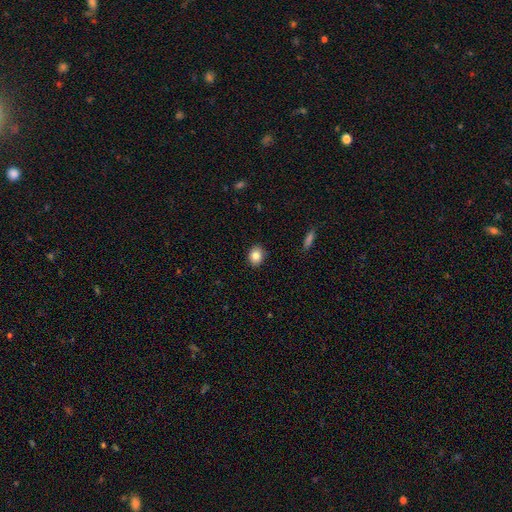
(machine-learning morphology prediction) Smooth or featured? Predicted: smooth (p=0.84). How rounded? Predicted: round (p=0.55). Merging? Predicted: none (p=0.89).